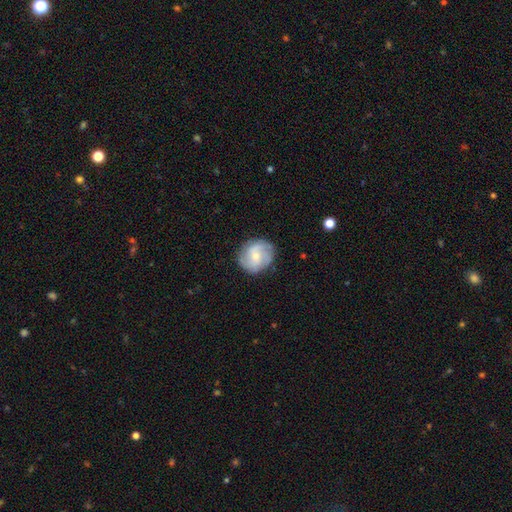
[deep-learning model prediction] Smooth or featured? featured or disk (64%)
Edge-on disk? no (98%)
Bar? no (58%)
Spiral arms? yes (91%)
Spiral winding? medium (45%)
Spiral arm count? 2 (33%)
Bulge size? small (57%)
Merging? none (81%)